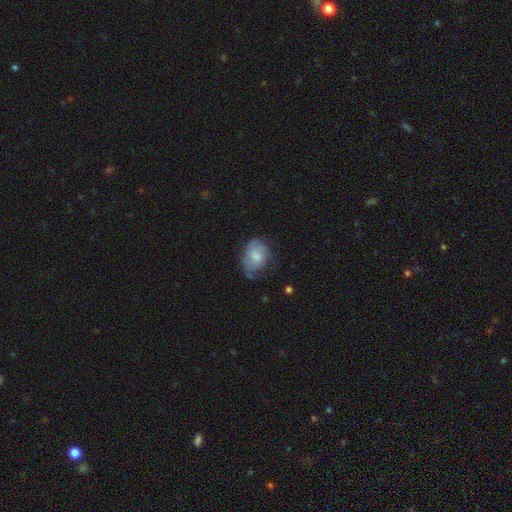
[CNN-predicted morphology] smooth_or_featured: smooth (p=0.62) [alt: featured or disk p=0.30]
how_rounded: in between (p=0.67) [alt: round p=0.32]
merging: none (p=0.41) [alt: minor disturbance p=0.35]